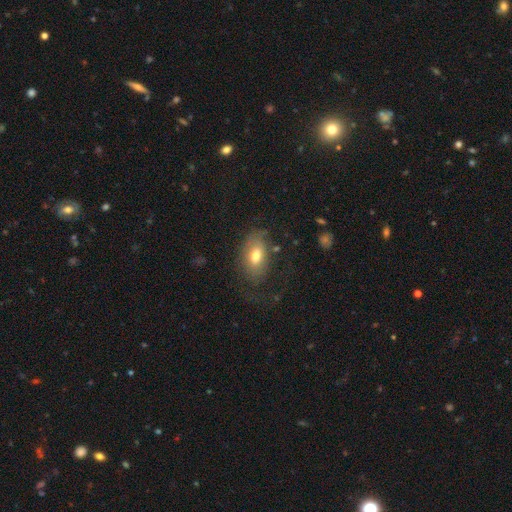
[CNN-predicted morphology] A smooth galaxy with no disk features (66%) that is in between round and cigar-shaped (89%). Merging: none (60%).